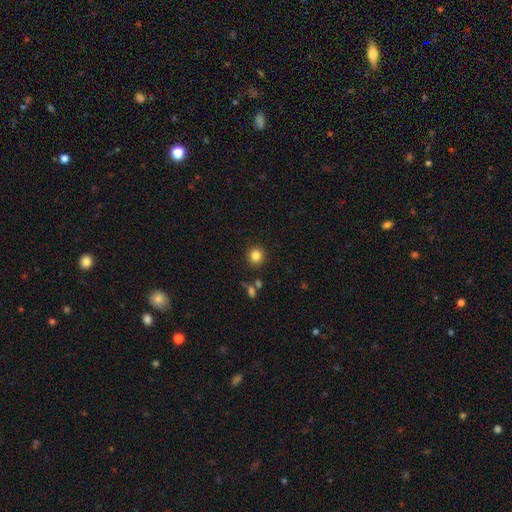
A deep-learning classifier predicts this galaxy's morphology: smooth-or-featured: smooth: 83% | star or artifact: 11% | featured or disk: 6%
  how-rounded: round: 91% | in between: 8% | cigar-shaped: 1%
  merging: none: 88% | minor disturbance: 6% | merger: 3% | major disturbance: 2%